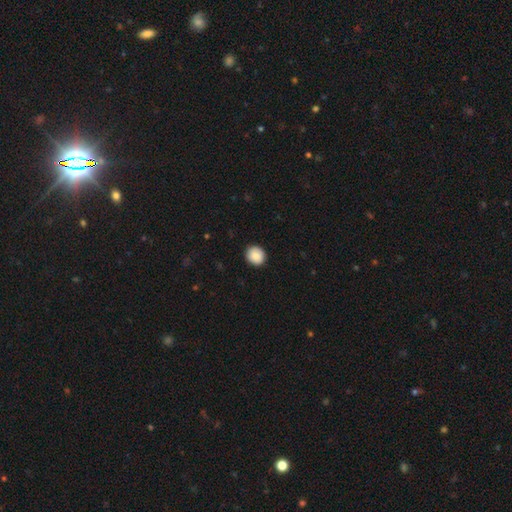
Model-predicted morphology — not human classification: A smooth galaxy with no disk features (88%) that is round (82%). Merging: none (90%).